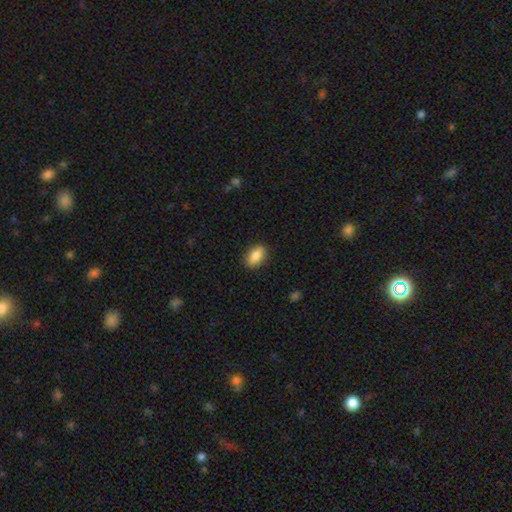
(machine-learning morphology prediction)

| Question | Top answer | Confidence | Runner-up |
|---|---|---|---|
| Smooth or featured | smooth | 87% | star or artifact (7%) |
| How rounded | in between | 90% | round (6%) |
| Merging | none | 87% | minor disturbance (9%) |